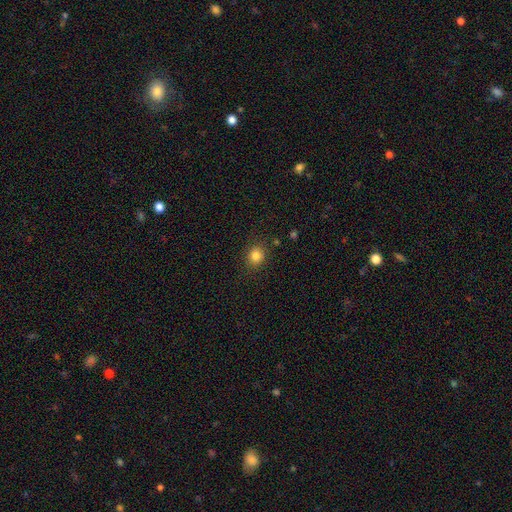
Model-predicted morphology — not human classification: smooth_or_featured: smooth (p=0.83) [alt: star or artifact p=0.12]
how_rounded: round (p=0.76) [alt: in between p=0.23]
merging: none (p=0.87) [alt: minor disturbance p=0.09]